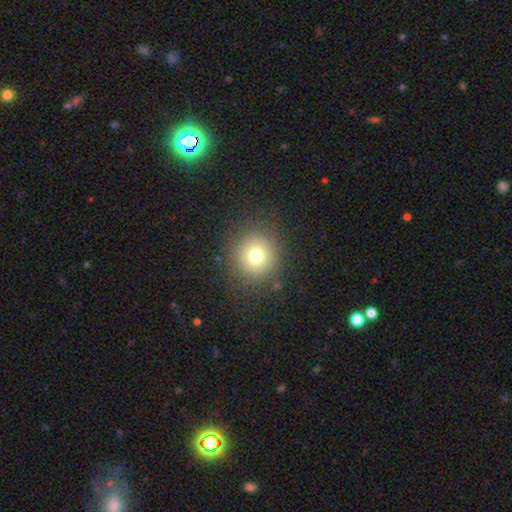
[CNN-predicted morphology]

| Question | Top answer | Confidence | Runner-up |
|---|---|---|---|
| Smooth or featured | smooth | 73% | star or artifact (15%) |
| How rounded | round | 91% | in between (8%) |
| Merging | none | 87% | minor disturbance (8%) |